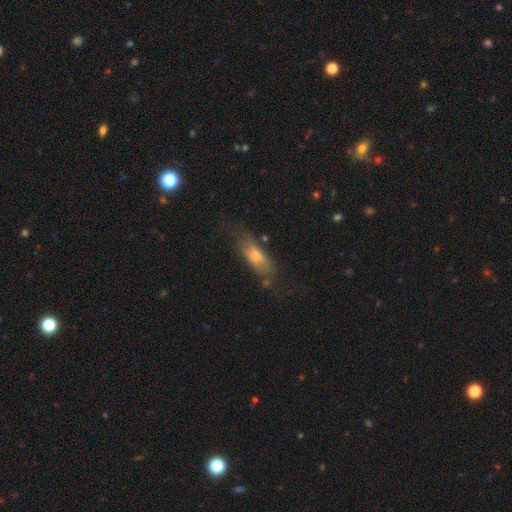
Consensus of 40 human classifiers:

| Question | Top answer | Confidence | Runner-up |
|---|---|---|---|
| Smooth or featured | smooth | 50% | featured or disk (42%) |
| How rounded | in between | 50% | tied: cigar-shaped (50%) |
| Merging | none | 73% | minor disturbance (19%) |